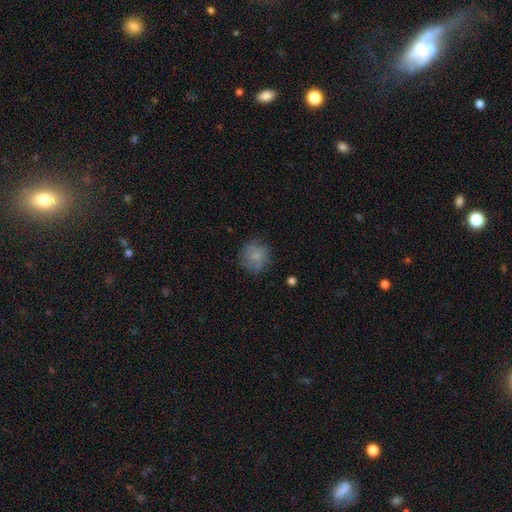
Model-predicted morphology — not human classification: The model was most divided on "merging": none: 73%, minor disturbance: 18%, major disturbance: 8%, merger: 2%. More confident: how rounded — round (87%); smooth or featured — smooth (76%).